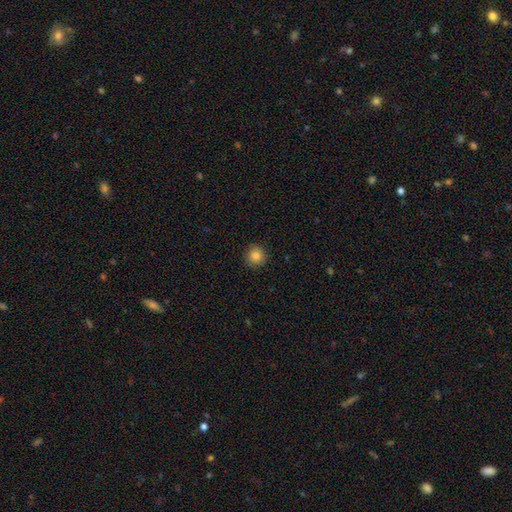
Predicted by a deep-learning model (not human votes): Overall: smooth (83%). How rounded: round (93%). Merging: none (89%).